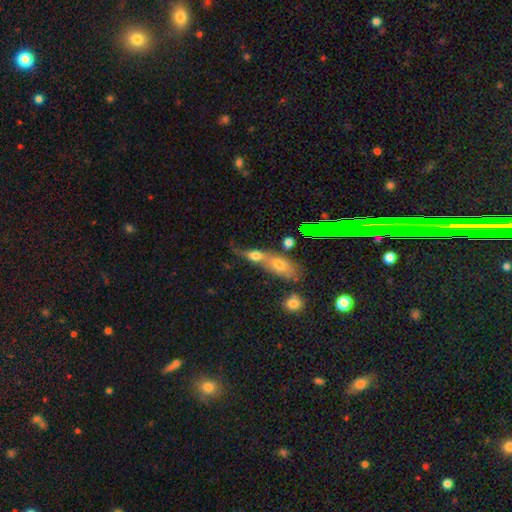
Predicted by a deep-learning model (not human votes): Q: Smooth or featured?
A: smooth (59%); runner-up: featured or disk (26%)
Q: How rounded?
A: in between (54%); runner-up: cigar-shaped (23%)
Q: Merging?
A: merger (60%); runner-up: none (23%)